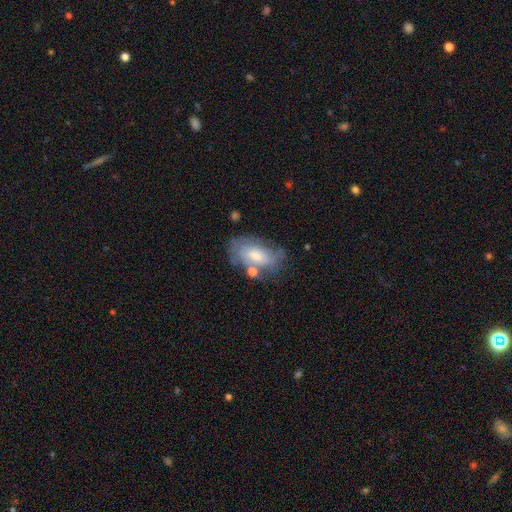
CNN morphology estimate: This appears to be a smooth galaxy with no disk features (61%) that is in between round and cigar-shaped (91%). Merging: none (55%).